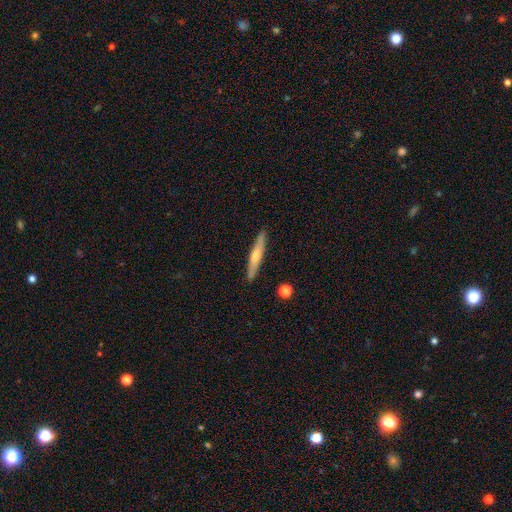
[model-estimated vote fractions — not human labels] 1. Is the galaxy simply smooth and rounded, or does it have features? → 56% featured or disk, 38% smooth, 6% star or artifact.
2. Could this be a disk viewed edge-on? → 95% yes, 5% no.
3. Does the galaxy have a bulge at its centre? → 82% rounded, 14% none, 4% boxy.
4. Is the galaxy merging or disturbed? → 90% none, 7% minor disturbance, 1% merger, 1% major disturbance.